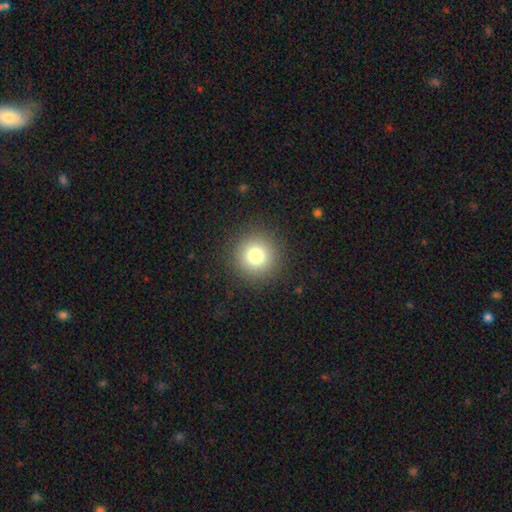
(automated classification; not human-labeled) Smooth or featured? Predicted: smooth (p=0.79). How rounded? Predicted: round (p=0.95). Merging? Predicted: none (p=0.91).